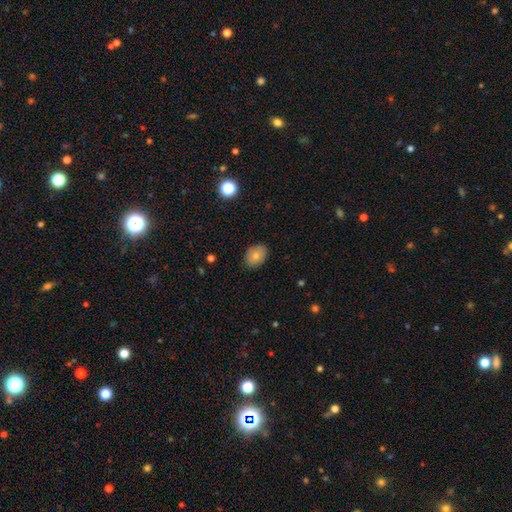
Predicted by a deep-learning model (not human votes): Smooth or featured? Predicted: smooth (p=0.80). How rounded? Predicted: in between (p=0.71). Merging? Predicted: none (p=0.86).